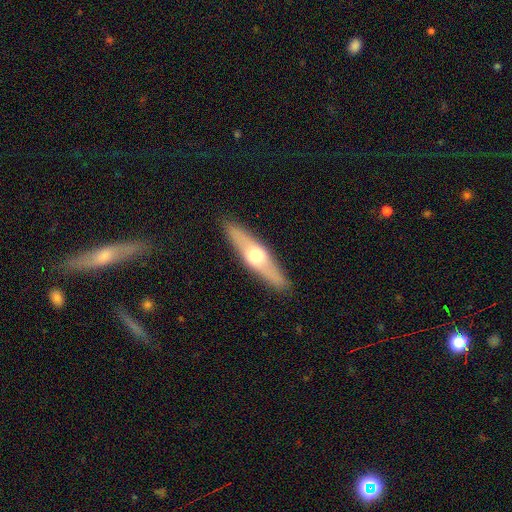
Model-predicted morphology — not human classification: smooth-or-featured: featured or disk: 57% | smooth: 38% | star or artifact: 5%
  disk-edge-on: yes: 85% | no: 15%
  merging: none: 89% | minor disturbance: 8% | major disturbance: 2% | merger: 1%